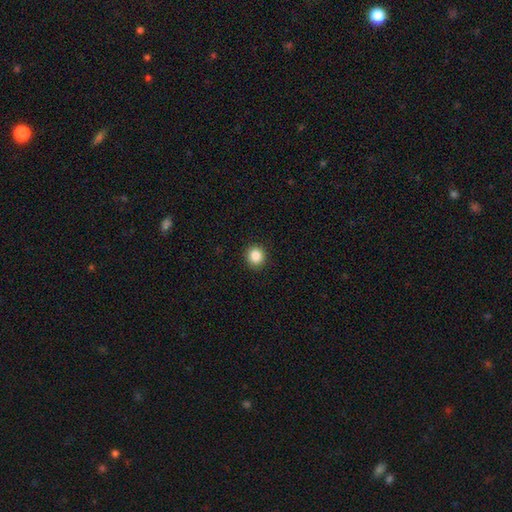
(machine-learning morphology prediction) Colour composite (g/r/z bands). It shows a smooth galaxy with no disk features (86%) that is round (91%). Merging: none (92%).